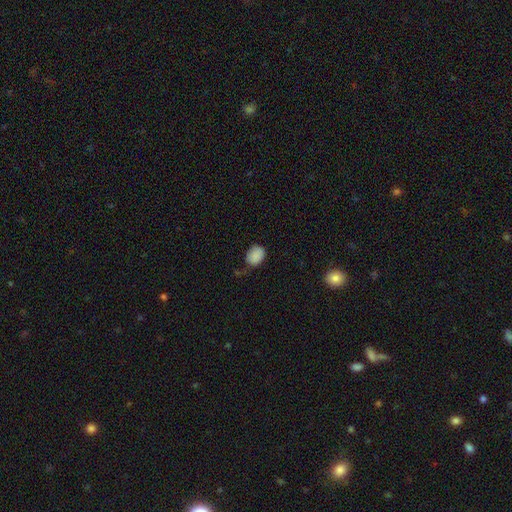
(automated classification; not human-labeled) Q: Smooth or featured?
A: smooth (87%); runner-up: star or artifact (9%)
Q: How rounded?
A: in between (66%); runner-up: round (33%)
Q: Merging?
A: none (61%); runner-up: minor disturbance (29%)